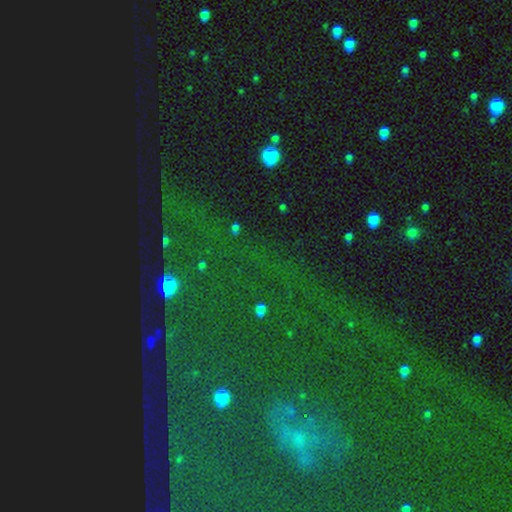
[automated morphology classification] Smooth or featured?
  - star or artifact: 69% *
  - featured or disk: 18%
  - smooth: 13%